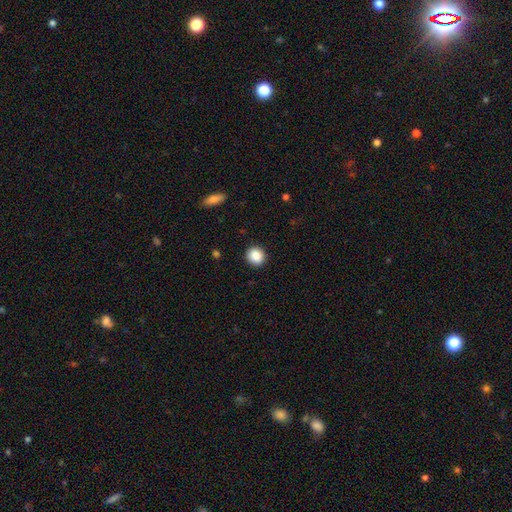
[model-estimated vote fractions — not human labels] The model was most divided on "how rounded": round: 87%, in between: 12%, cigar-shaped: 1%. More confident: merging — none (91%); smooth or featured — smooth (88%).